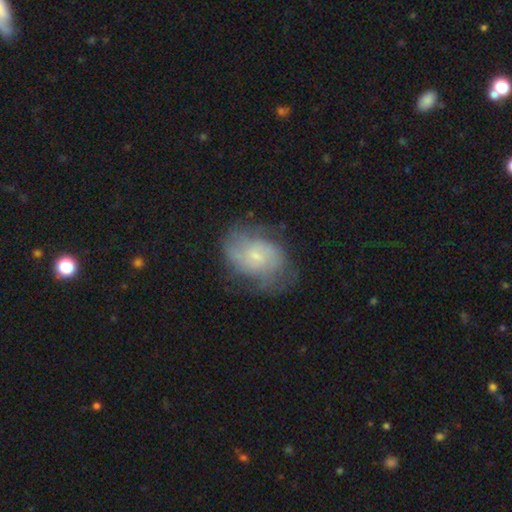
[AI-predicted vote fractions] This appears to be a featured or disk galaxy (69%) with no bar (67%), 2 (44%) medium (43%) spiral arms (87%) and a small central bulge (70%). Merging: none (62%).